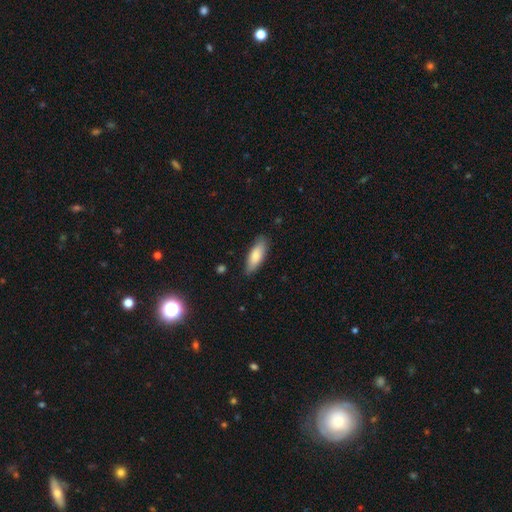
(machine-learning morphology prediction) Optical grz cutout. It shows a smooth galaxy with no disk features (80%) that is in between round and cigar-shaped (67%). Merging: none (82%).